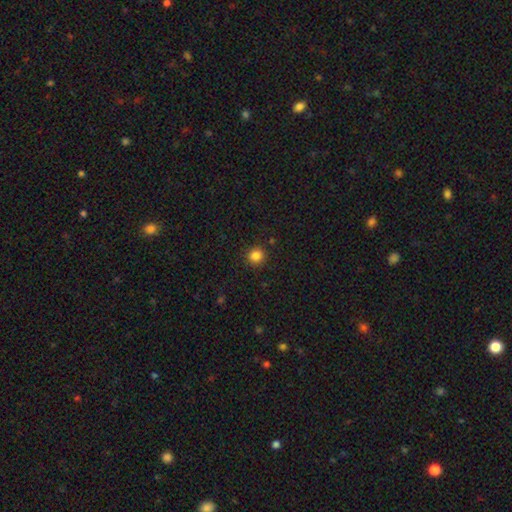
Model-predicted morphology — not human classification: A smooth galaxy with no disk features (84%) that is round (91%).

Vote fractions:
- Smooth or featured? smooth: 84% / star or artifact: 12% / featured or disk: 4%
- How rounded? round: 91% / in between: 8% / cigar-shaped: 1%
- Merging? none: 90% / minor disturbance: 6% / major disturbance: 2% / merger: 1%